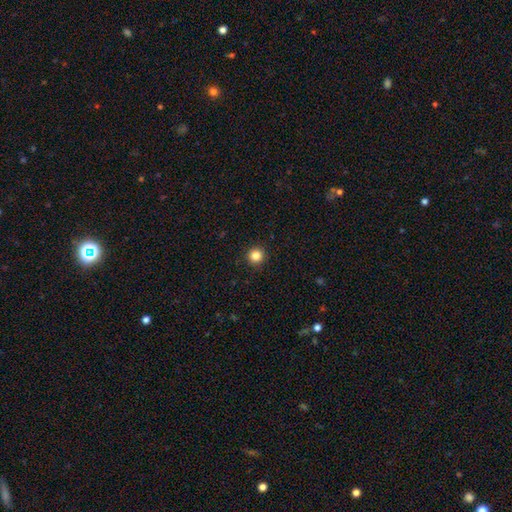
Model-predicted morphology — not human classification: Smooth or featured? Predicted: smooth (p=0.84). How rounded? Predicted: round (p=0.95). Merging? Predicted: none (p=0.93).